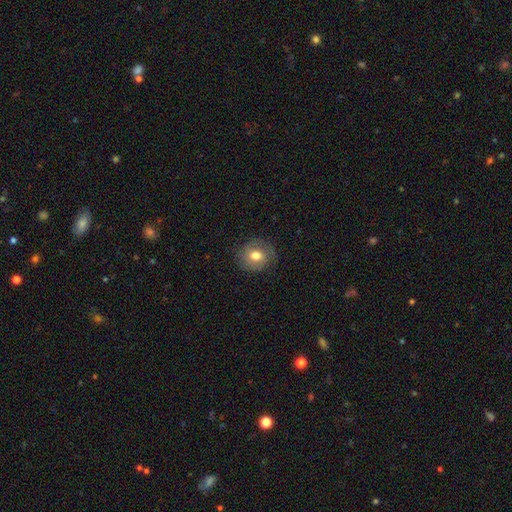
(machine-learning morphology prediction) This is likely a smooth galaxy (63%). How rounded: likely round (78%). Merging: likely none (77%).